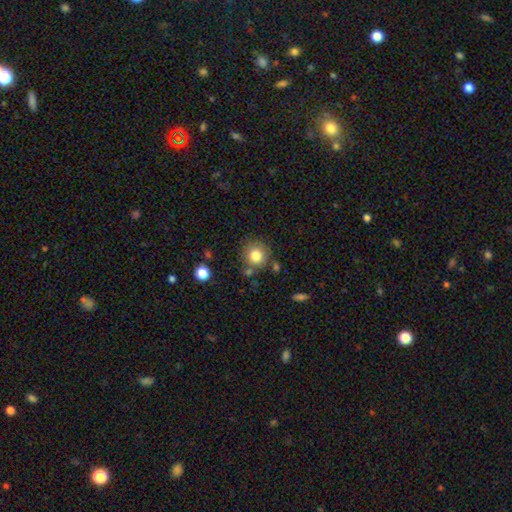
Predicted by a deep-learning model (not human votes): The model was most divided on "merging": none: 76%, minor disturbance: 12%, merger: 8%, major disturbance: 4%. More confident: how rounded — round (90%); smooth or featured — smooth (81%).